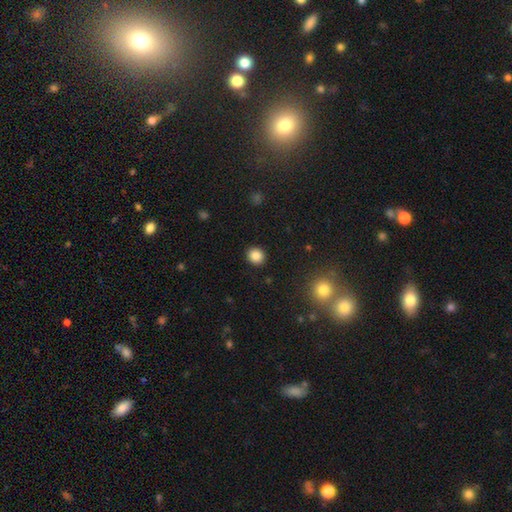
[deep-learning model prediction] smooth-or-featured: smooth: 86% | star or artifact: 10% | featured or disk: 4%
  how-rounded: round: 86% | in between: 13% | cigar-shaped: 1%
  merging: none: 92% | minor disturbance: 5% | major disturbance: 2% | merger: 1%